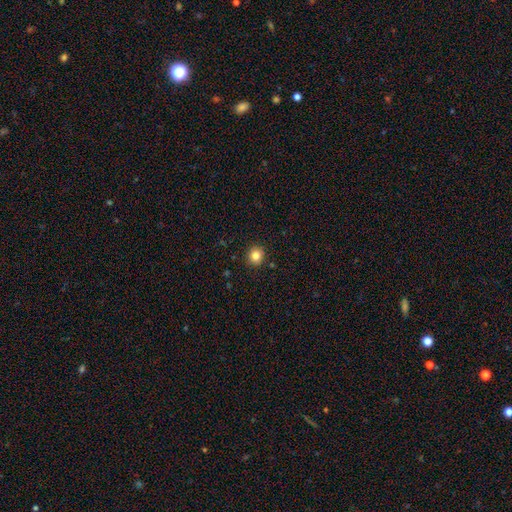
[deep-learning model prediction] Morphology: type=smooth (83%); roundness=round (90%); merging=none (91%).